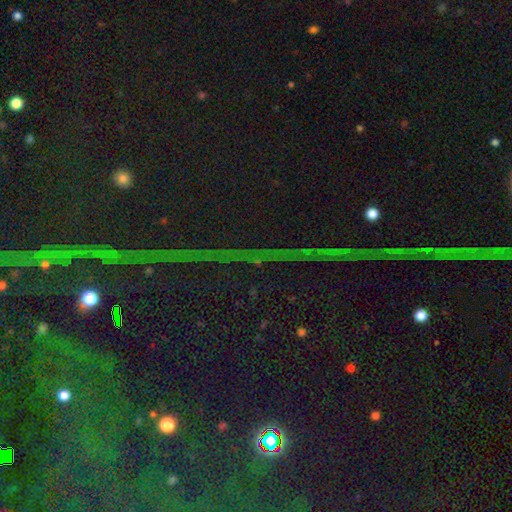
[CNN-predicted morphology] Smooth or featured? Predicted: star or artifact (p=0.84).